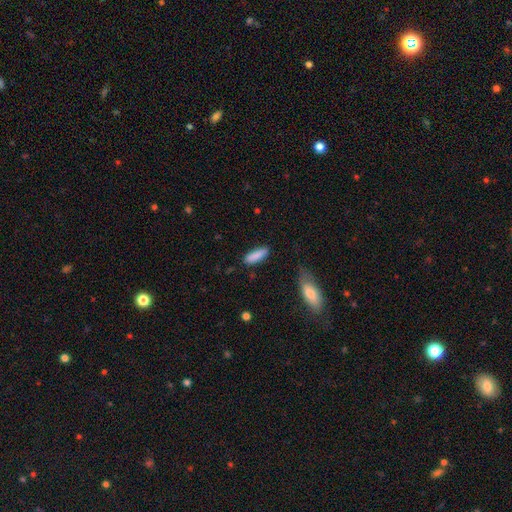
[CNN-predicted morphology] A smooth galaxy with no disk features (88%) that is cigar-shaped (50%).

Vote fractions:
- Smooth or featured? smooth: 88% / featured or disk: 6% / star or artifact: 6%
- How rounded? cigar-shaped: 50% / in between: 48% / round: 2%
- Merging? none: 82% / minor disturbance: 13% / major disturbance: 3% / merger: 2%